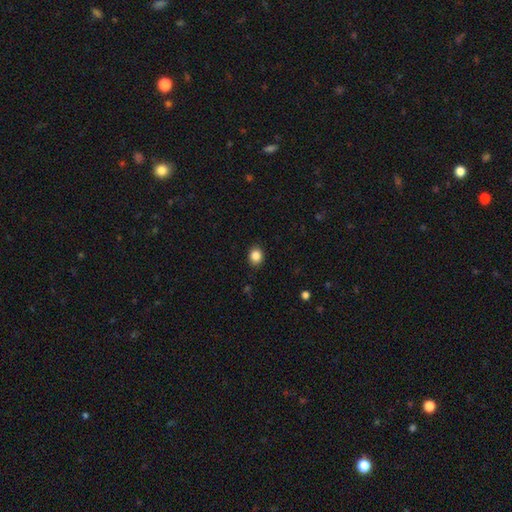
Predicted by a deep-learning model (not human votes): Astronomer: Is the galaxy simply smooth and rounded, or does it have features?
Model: smooth — 87%.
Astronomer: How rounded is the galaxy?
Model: round — 65%.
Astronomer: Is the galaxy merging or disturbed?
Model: none — 89%.